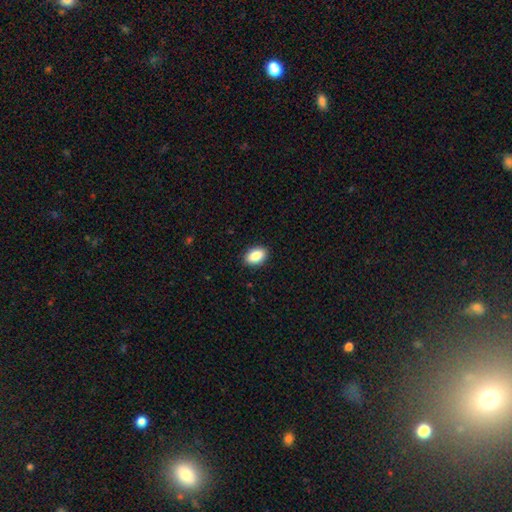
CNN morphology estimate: Smooth or featured?
  - smooth: 88% *
  - star or artifact: 7%
  - featured or disk: 5%
How rounded?
  - in between: 89% *
  - round: 10%
  - cigar-shaped: 1%
Merging?
  - none: 90% *
  - minor disturbance: 8%
  - major disturbance: 2%
  - merger: 1%